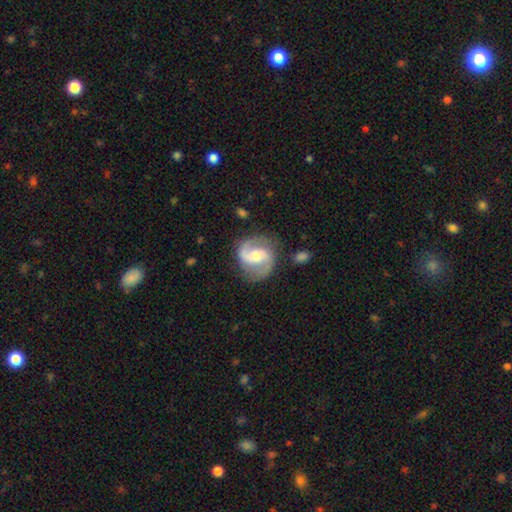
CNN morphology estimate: This is clearly a featured or disk galaxy (87%). It is clearly not viewed edge-on (98%). Bar: marginally weak (42%). Spiral arm pattern: clearly yes (96%). Spiral arm count: clearly 2 (92%). Spiral winding: possibly medium (53%). Central bulge: likely moderate (62%). Merging: likely none (79%).